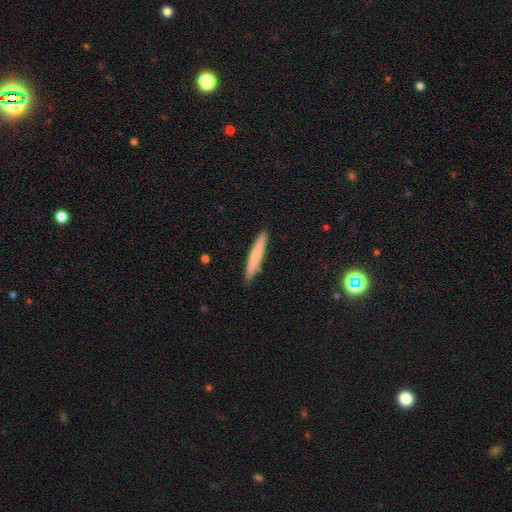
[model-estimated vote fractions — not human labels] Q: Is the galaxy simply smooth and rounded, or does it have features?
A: smooth — 72%.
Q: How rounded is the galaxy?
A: cigar-shaped — 95%.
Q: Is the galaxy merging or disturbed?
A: none — 90%.